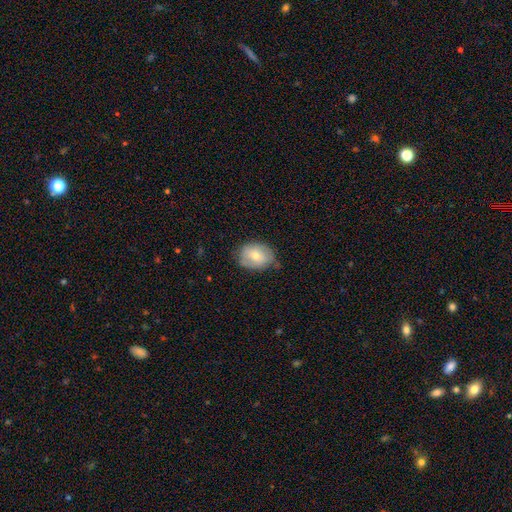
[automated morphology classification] A smooth galaxy with no disk features (61%) that is in between round and cigar-shaped (63%).

Vote fractions:
- Smooth or featured? smooth: 61% / featured or disk: 32% / star or artifact: 7%
- How rounded? in between: 63% / round: 36% / cigar-shaped: 1%
- Merging? none: 64% / minor disturbance: 28% / major disturbance: 6% / merger: 2%